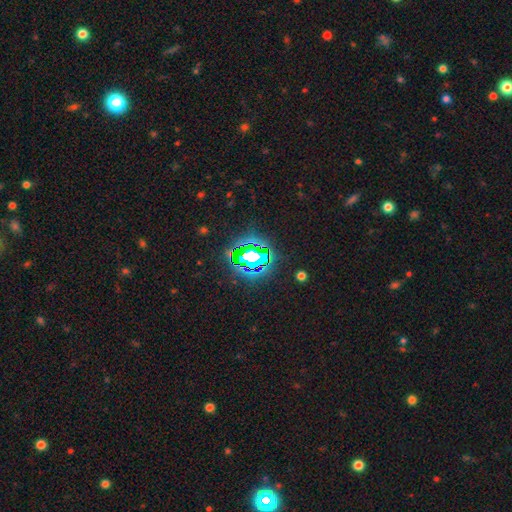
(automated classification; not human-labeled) A star or artifact, not a galaxy (79%).